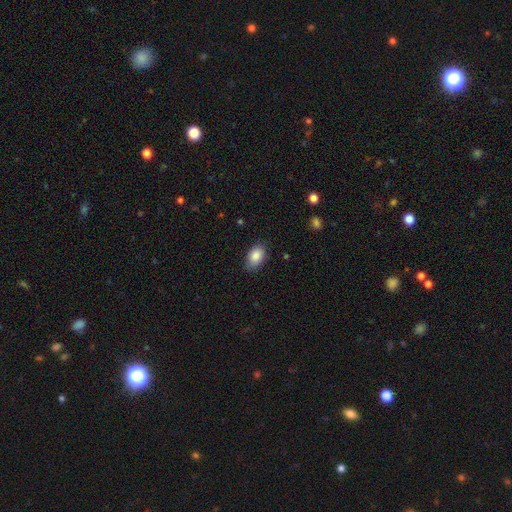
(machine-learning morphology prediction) Q: Smooth or featured?
A: smooth (87%); runner-up: star or artifact (7%)
Q: How rounded?
A: in between (88%); runner-up: round (11%)
Q: Merging?
A: none (78%); runner-up: minor disturbance (17%)